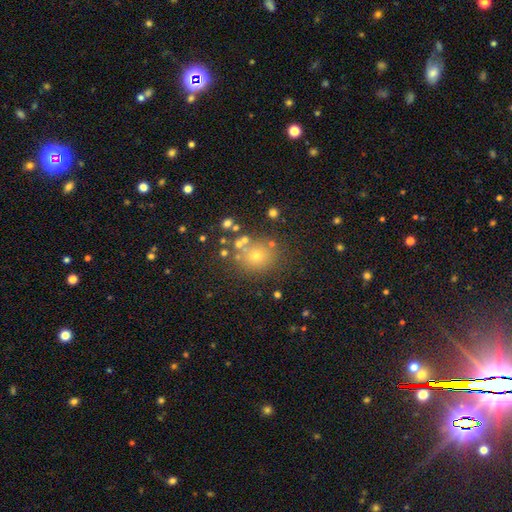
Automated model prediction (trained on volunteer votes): Morphology: type=smooth (59%); roundness=round (79%); merging=none (75%).